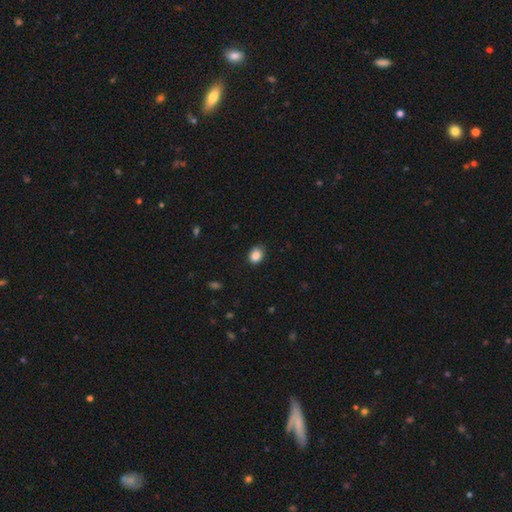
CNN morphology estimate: A smooth galaxy with no disk features (87%) that is in between round and cigar-shaped (59%). Merging: none (81%).